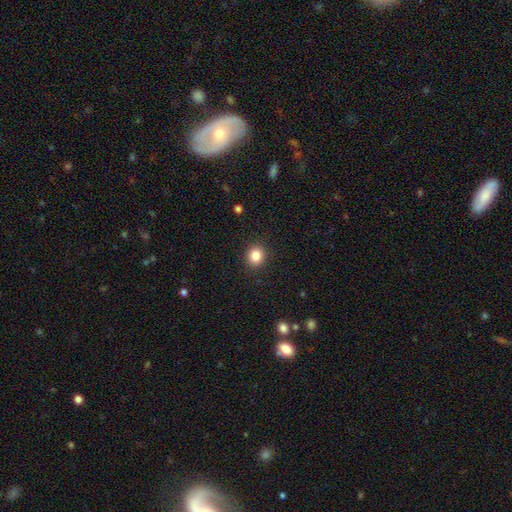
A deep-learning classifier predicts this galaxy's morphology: smooth-or-featured: smooth: 85% | star or artifact: 10% | featured or disk: 5%
  how-rounded: round: 76% | in between: 23% | cigar-shaped: 1%
  merging: none: 90% | minor disturbance: 6% | major disturbance: 2% | merger: 1%